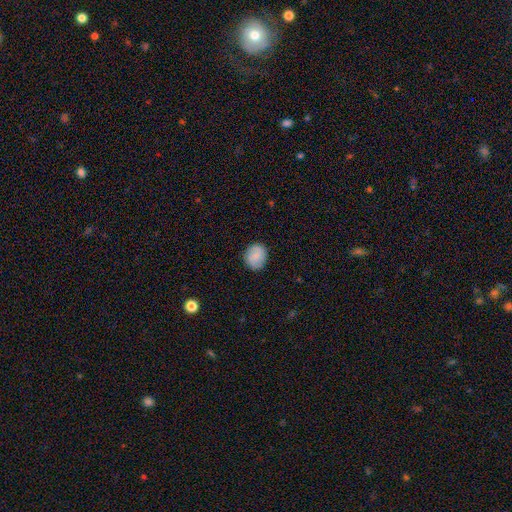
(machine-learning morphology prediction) The model was most divided on "how rounded": round: 69%, in between: 30%, cigar-shaped: 1%. More confident: merging — none (85%); smooth or featured — smooth (70%).